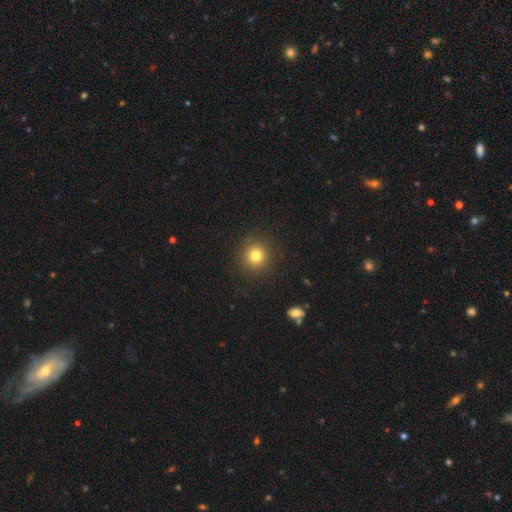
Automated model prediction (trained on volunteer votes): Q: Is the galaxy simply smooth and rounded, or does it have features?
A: smooth — 79%.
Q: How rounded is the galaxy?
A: round — 93%.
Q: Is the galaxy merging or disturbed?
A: none — 90%.